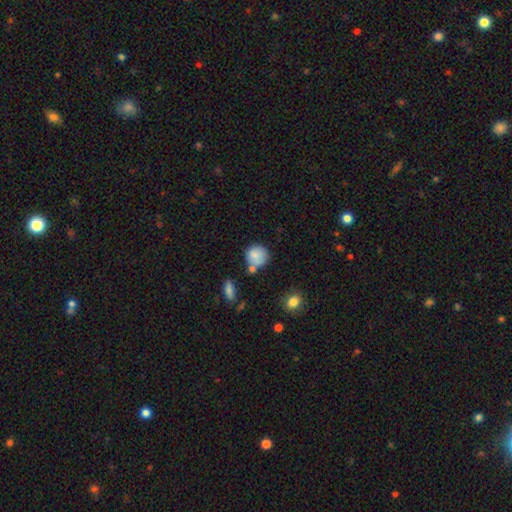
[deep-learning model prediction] Smooth or featured? smooth (82%)
How rounded? round (86%)
Merging? none (62%)